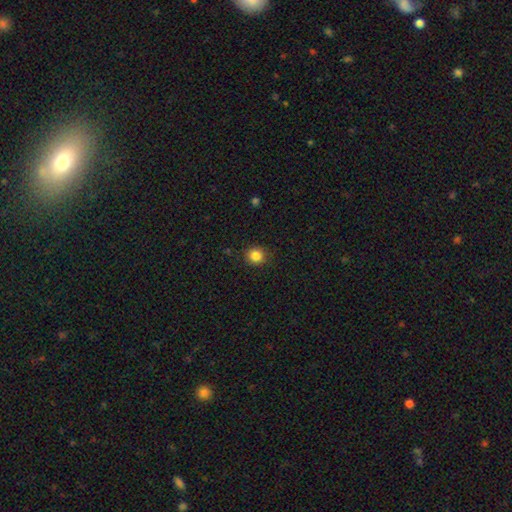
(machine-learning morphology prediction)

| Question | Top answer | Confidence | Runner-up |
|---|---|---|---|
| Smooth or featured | smooth | 85% | star or artifact (11%) |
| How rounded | round | 88% | in between (11%) |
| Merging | none | 89% | minor disturbance (8%) |